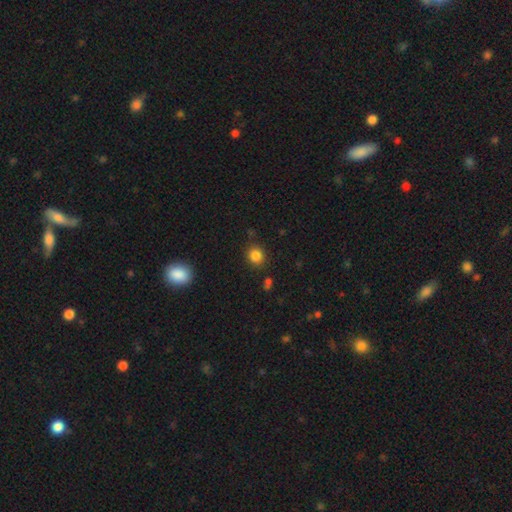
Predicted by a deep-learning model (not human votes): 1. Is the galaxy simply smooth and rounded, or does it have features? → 84% smooth, 12% star or artifact, 4% featured or disk.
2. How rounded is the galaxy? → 79% round, 20% in between, 1% cigar-shaped.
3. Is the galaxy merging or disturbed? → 86% none, 9% minor disturbance, 3% merger, 3% major disturbance.